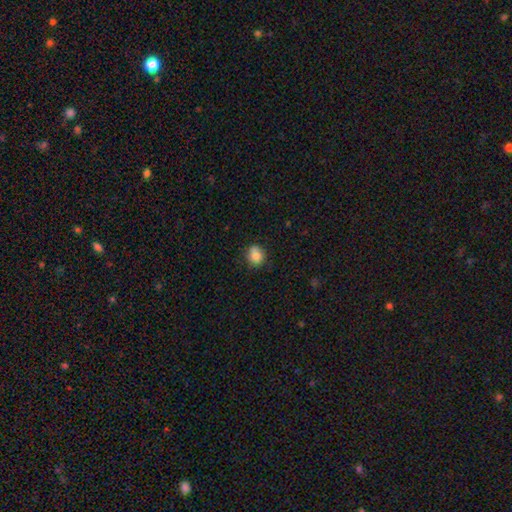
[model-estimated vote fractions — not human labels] Morphology: type=smooth (81%); roundness=round (78%); merging=none (66%).